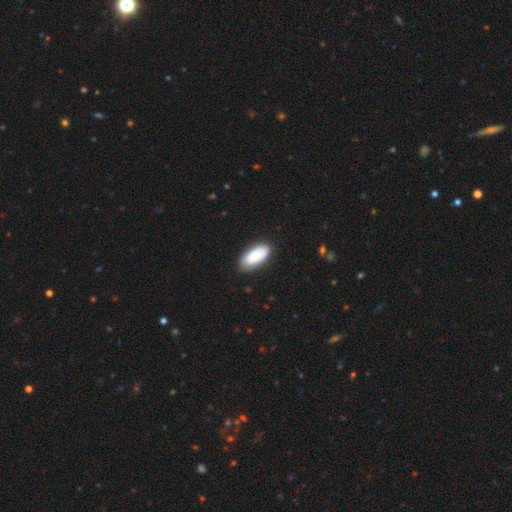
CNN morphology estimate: type=smooth (77%); roundness=in between (92%); merging=none (80%).